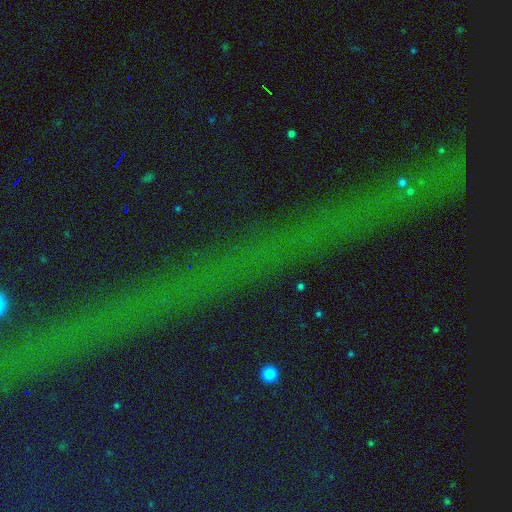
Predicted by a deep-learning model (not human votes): This is likely a star or artifact rather than a galaxy (75%).